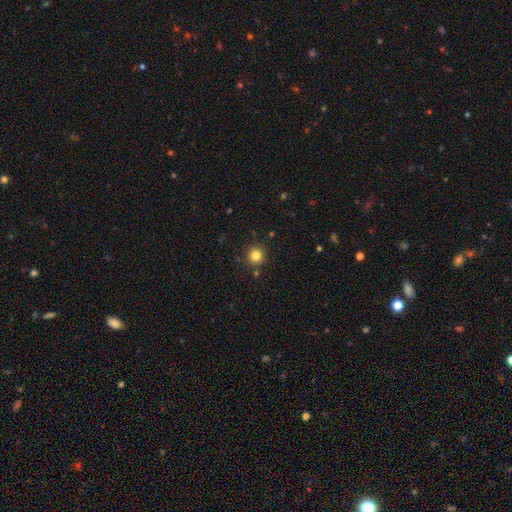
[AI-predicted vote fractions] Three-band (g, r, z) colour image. It shows a smooth galaxy with no disk features (82%) that is round (95%). Merging: none (88%).